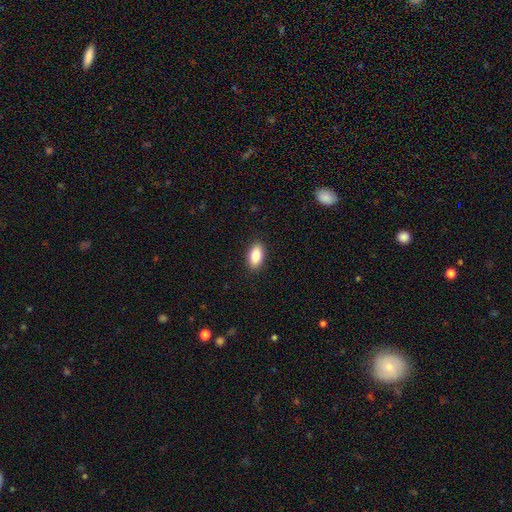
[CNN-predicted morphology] The model was most divided on "smooth or featured": smooth: 86%, featured or disk: 7%, star or artifact: 7%. More confident: how rounded — in between (92%); merging — none (90%).